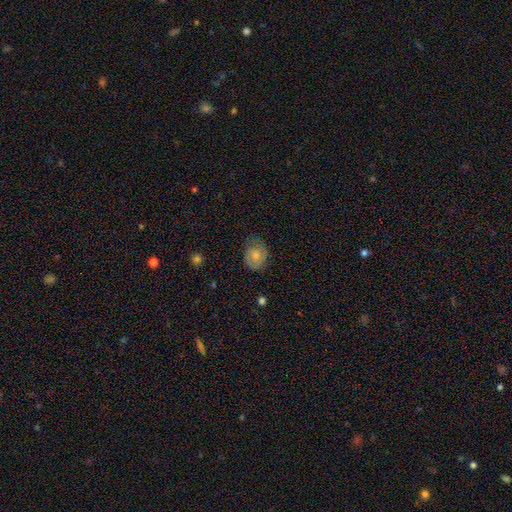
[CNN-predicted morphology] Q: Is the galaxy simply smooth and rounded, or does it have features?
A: smooth — 68%.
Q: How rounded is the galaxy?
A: round — 53%.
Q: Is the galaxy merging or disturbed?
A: none — 56%.